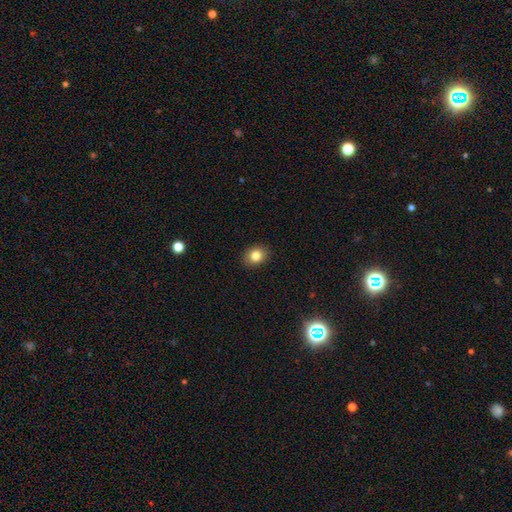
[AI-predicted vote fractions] Smooth or featured: smooth — 83% (star or artifact — 10%)
How rounded: in between — 53% (round — 46%)
Merging: none — 90% (minor disturbance — 7%)